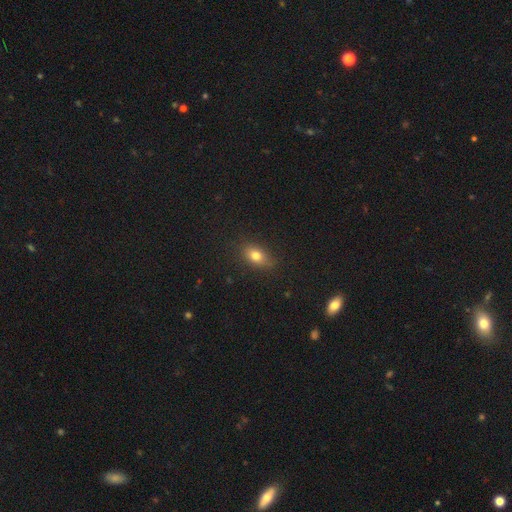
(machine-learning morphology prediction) Smooth or featured? Predicted: smooth (p=0.78). How rounded? Predicted: in between (p=0.76). Merging? Predicted: none (p=0.80).